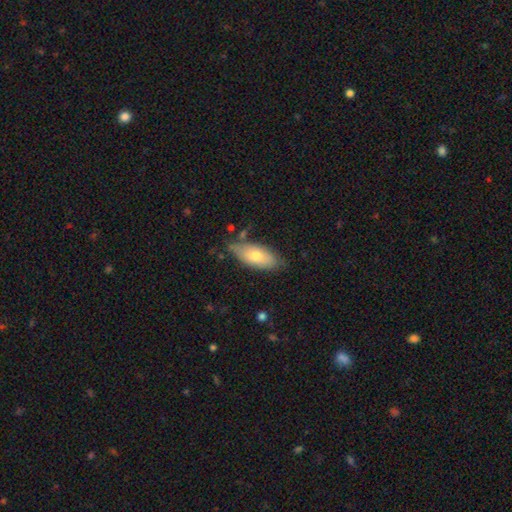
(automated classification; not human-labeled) A smooth galaxy with no disk features (70%) that is in between round and cigar-shaped (84%).

Vote fractions:
- Smooth or featured? smooth: 70% / featured or disk: 24% / star or artifact: 6%
- How rounded? in between: 84% / cigar-shaped: 13% / round: 3%
- Merging? none: 70% / minor disturbance: 22% / major disturbance: 4% / merger: 4%